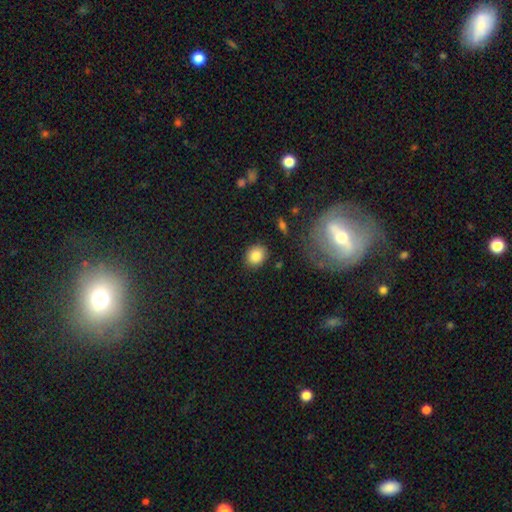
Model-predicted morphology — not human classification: smooth 86%, star or artifact 9%, featured or disk 5%. Down the decision tree: how rounded — round (61%); merging — none (85%).